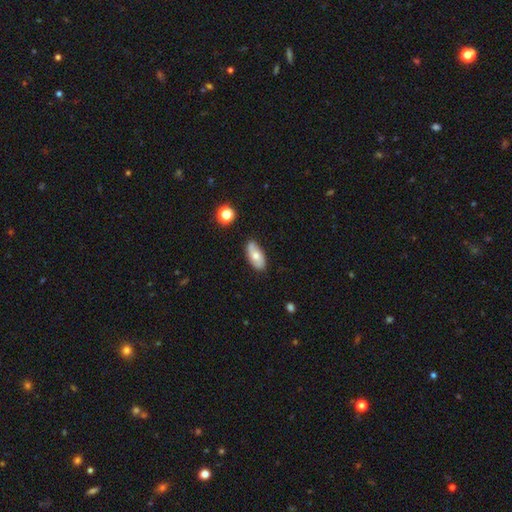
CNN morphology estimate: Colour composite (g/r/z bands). It shows a smooth galaxy with no disk features (62%) that is in between round and cigar-shaped (90%). Merging: none (80%).